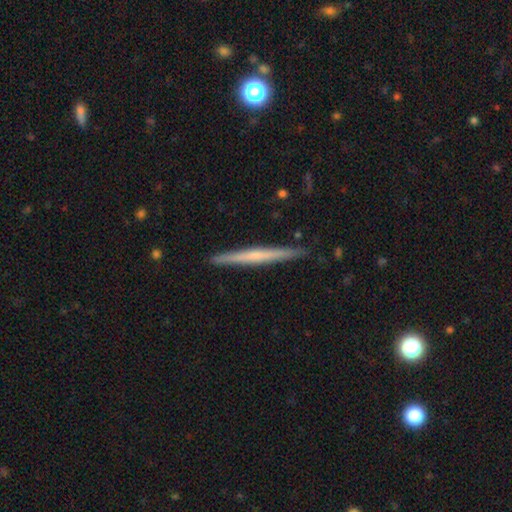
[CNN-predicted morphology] Smooth or featured? featured or disk (57%)
Edge-on disk? yes (98%)
Edge-on bulge? none (63%)
Merging? none (91%)